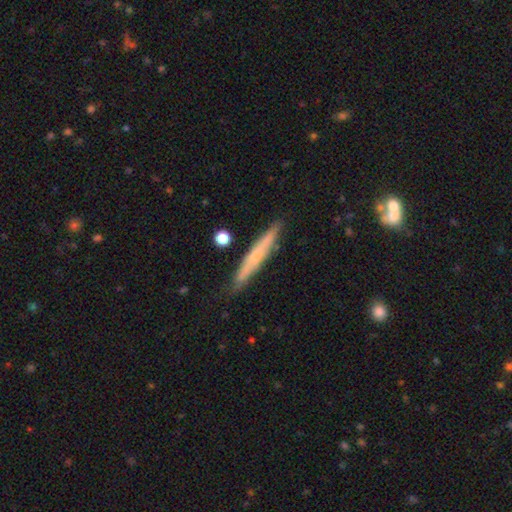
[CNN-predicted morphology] type=smooth (48%); merging=none (84%).